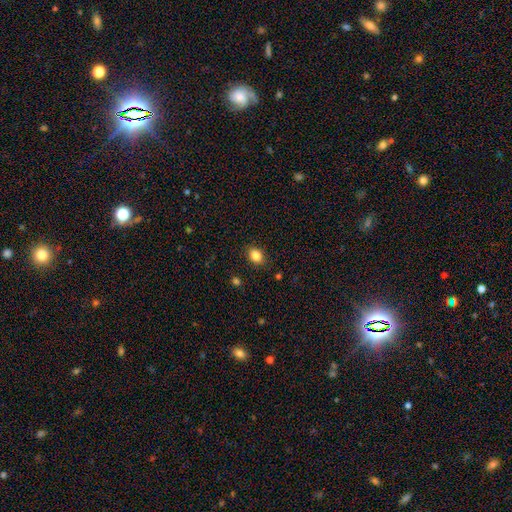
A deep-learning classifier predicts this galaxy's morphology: A smooth galaxy with no disk features (85%) that is in between round and cigar-shaped (59%). Merging: none (87%).